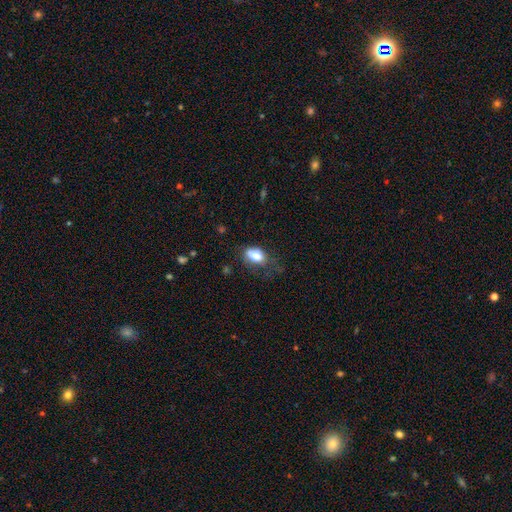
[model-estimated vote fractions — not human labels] smooth 77%, featured or disk 14%, star or artifact 9%. Down the decision tree: how rounded — in between (86%); merging — none (43%).